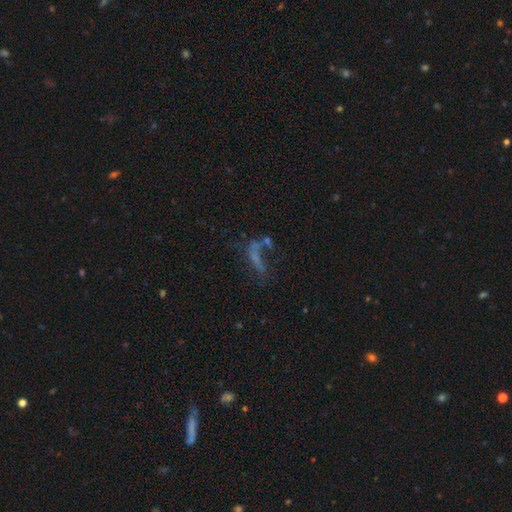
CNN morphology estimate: Smooth or featured?
  - featured or disk: 39% *
  - smooth: 36%
  - star or artifact: 24%
Merging?
  - major disturbance: 31% *
  - none: 30%
  - merger: 27%
  - minor disturbance: 13%